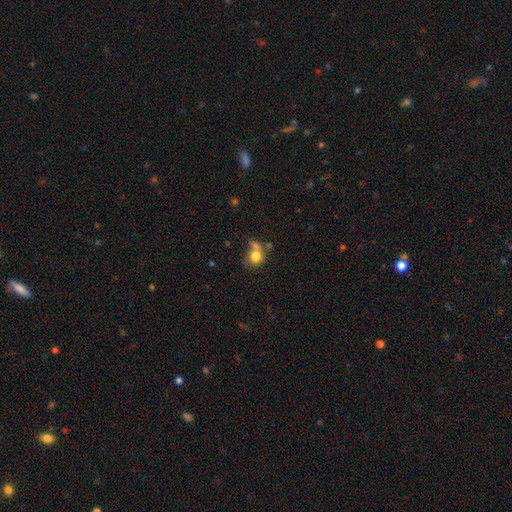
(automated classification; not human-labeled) Morphology: type=smooth (75%); roundness=round (68%); merging=none (35%).